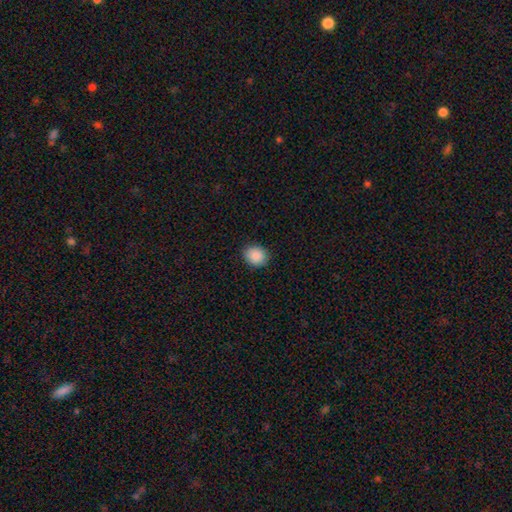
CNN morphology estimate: Smooth or featured? Predicted: smooth (p=0.89). How rounded? Predicted: round (p=0.57). Merging? Predicted: none (p=0.88).